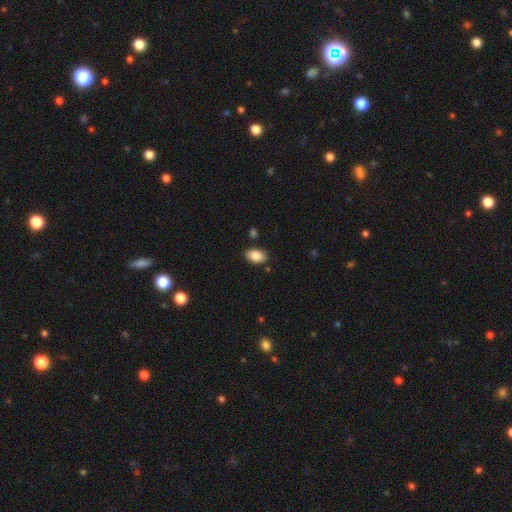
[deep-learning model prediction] Smooth or featured? smooth (87%)
How rounded? in between (90%)
Merging? none (86%)